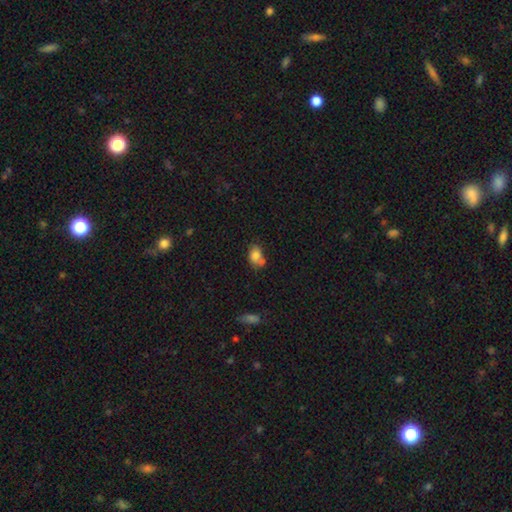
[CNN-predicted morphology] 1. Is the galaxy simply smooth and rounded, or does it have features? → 80% smooth, 11% featured or disk, 10% star or artifact.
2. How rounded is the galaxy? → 72% in between, 27% round, 1% cigar-shaped.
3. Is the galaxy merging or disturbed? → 42% none, 29% merger, 21% minor disturbance, 7% major disturbance.